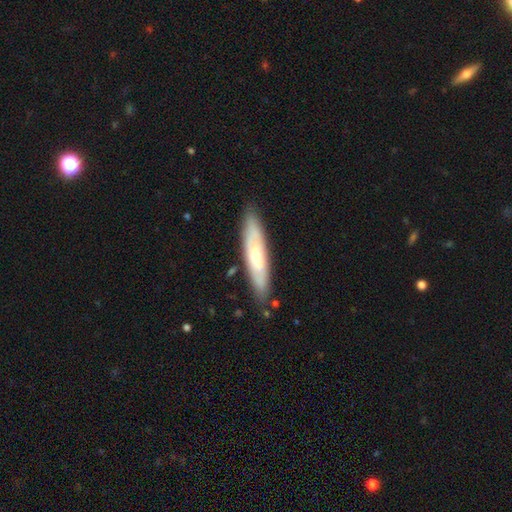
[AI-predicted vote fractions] This appears to be a smooth galaxy with no disk features (54%) that is cigar-shaped (82%). Merging: none (83%).